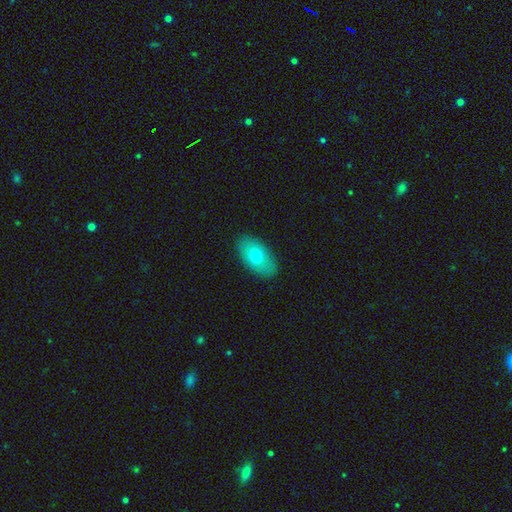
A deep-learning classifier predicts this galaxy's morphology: A smooth galaxy with no disk features (74%) that is in between round and cigar-shaped (93%).

Vote fractions:
- Smooth or featured? smooth: 74% / featured or disk: 20% / star or artifact: 7%
- How rounded? in between: 93% / round: 5% / cigar-shaped: 2%
- Merging? none: 87% / minor disturbance: 9% / major disturbance: 2% / merger: 1%